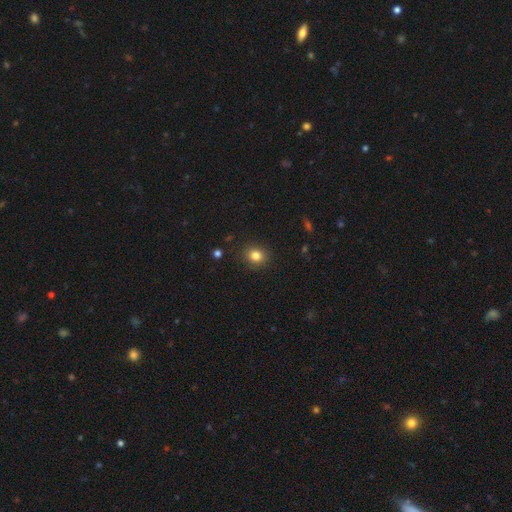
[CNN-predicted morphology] smooth_or_featured: smooth (p=0.82) [alt: star or artifact p=0.12]
how_rounded: round (p=0.71) [alt: in between p=0.29]
merging: none (p=0.88) [alt: minor disturbance p=0.08]